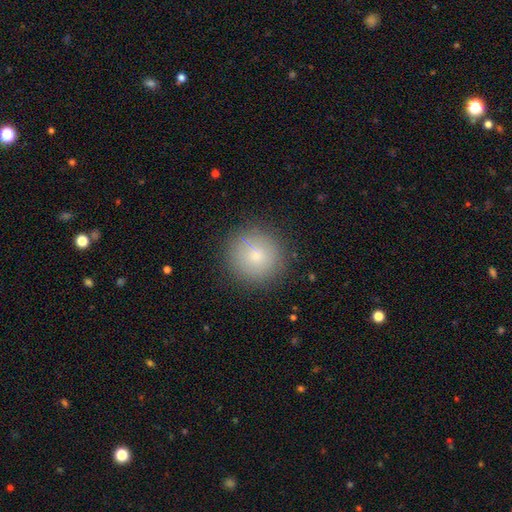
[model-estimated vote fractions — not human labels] Q: Smooth or featured?
A: smooth (79%); runner-up: featured or disk (12%)
Q: How rounded?
A: round (95%); runner-up: in between (4%)
Q: Merging?
A: none (87%); runner-up: minor disturbance (9%)